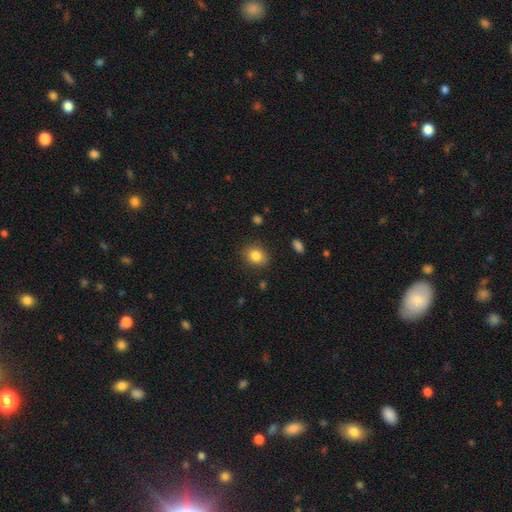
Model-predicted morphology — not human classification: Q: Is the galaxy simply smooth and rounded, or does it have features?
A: smooth — 84%.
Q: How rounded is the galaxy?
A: in between — 54%.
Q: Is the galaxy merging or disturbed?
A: none — 84%.